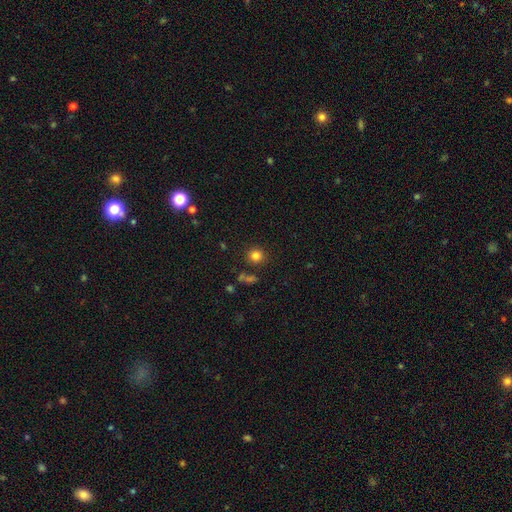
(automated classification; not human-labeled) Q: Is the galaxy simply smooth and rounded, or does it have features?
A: smooth — 82%.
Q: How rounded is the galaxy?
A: round — 90%.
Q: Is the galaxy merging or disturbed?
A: none — 85%.